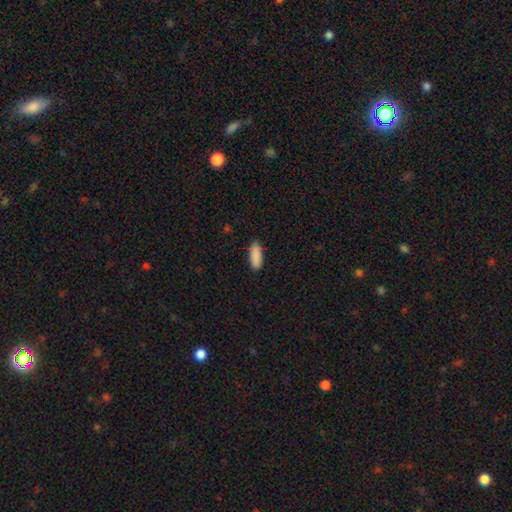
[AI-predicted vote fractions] Overall: smooth (90%). How rounded: in between (69%). Merging: none (88%).